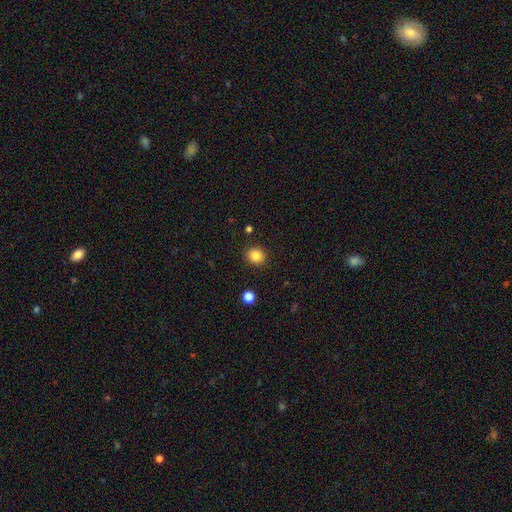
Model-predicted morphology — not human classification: This is clearly a smooth galaxy (86%). How rounded: clearly round (81%). Merging: clearly none (90%).